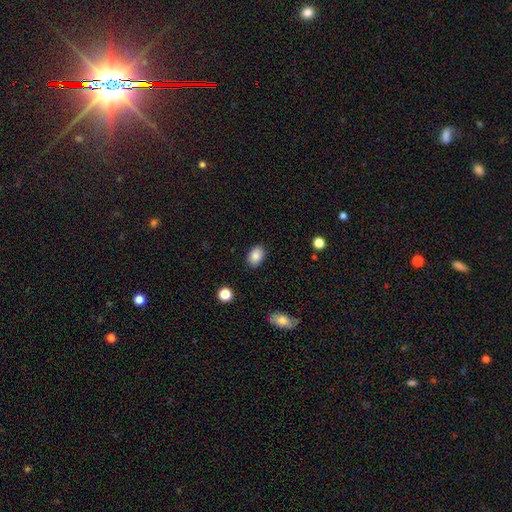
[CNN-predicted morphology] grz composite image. It shows a smooth galaxy with no disk features (87%) that is in between round and cigar-shaped (80%). Merging: none (87%).